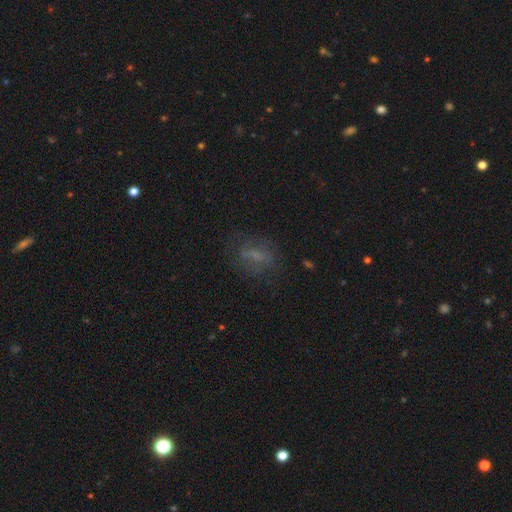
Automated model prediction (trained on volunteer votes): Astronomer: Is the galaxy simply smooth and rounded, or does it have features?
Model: smooth — 51% (runner-up: featured or disk, 30%).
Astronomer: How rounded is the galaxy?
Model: in between — 63%.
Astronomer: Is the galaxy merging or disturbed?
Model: none — 69%.